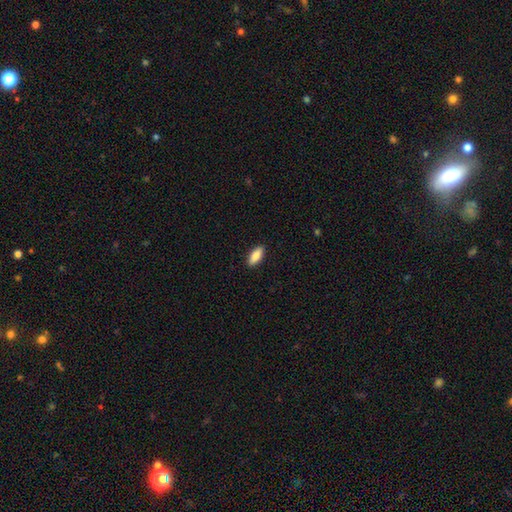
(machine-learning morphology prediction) Q: Smooth or featured?
A: smooth (87%); runner-up: featured or disk (7%)
Q: How rounded?
A: in between (77%); runner-up: cigar-shaped (21%)
Q: Merging?
A: none (90%); runner-up: minor disturbance (7%)